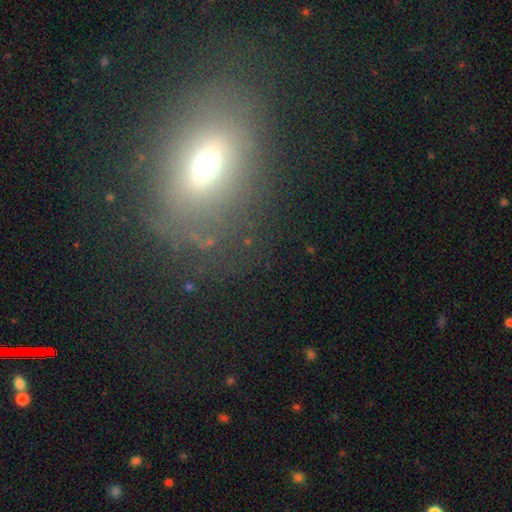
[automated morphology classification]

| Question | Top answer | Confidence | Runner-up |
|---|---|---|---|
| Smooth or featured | smooth | 50% | star or artifact (25%) |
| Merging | none | 74% | minor disturbance (14%) |